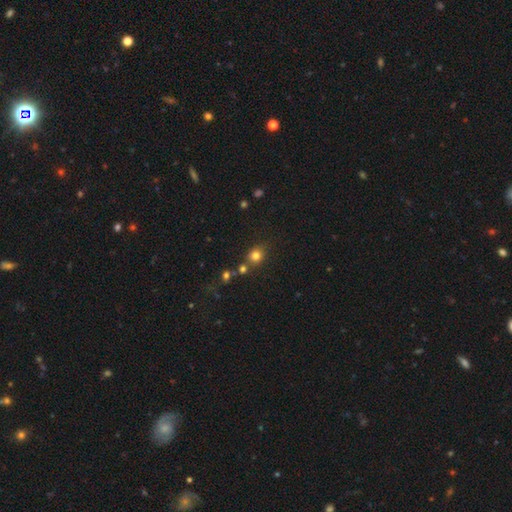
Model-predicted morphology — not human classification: type=smooth (79%); roundness=round (75%); merging=none (71%).